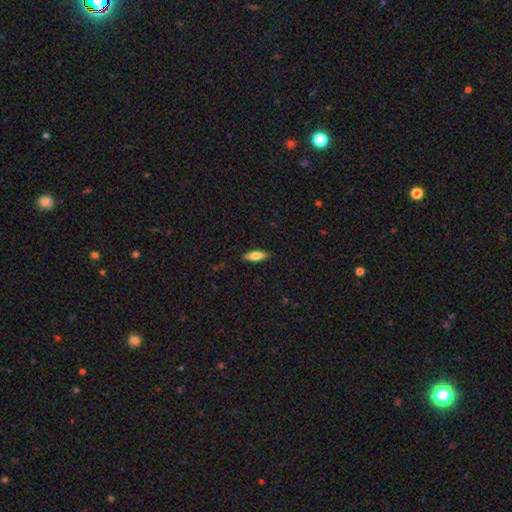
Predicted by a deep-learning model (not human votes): Overall: smooth (66%; featured or disk 27%). How rounded: in between (54%; cigar-shaped 43%). Merging: none (89%).